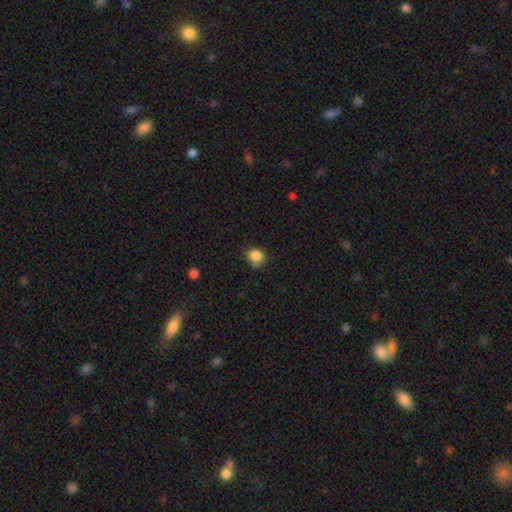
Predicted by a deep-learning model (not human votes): Smooth or featured? smooth (85%)
How rounded? round (78%)
Merging? none (67%)